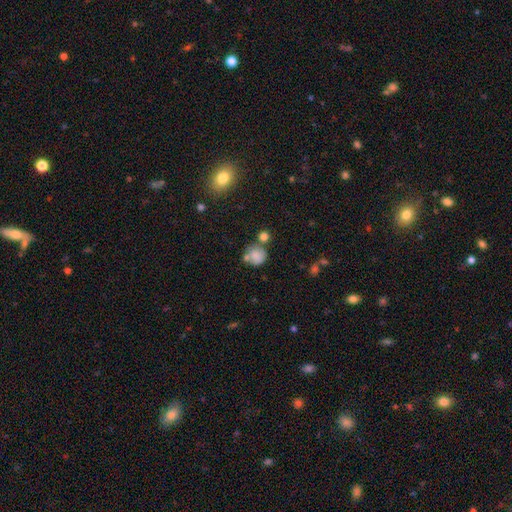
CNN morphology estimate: Smooth or featured? smooth (75%)
How rounded? round (80%)
Merging? none (45%)